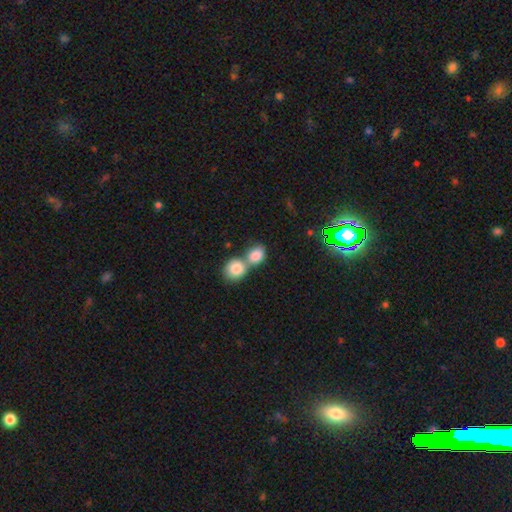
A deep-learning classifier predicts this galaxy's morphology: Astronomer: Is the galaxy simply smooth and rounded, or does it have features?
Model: smooth — 84%.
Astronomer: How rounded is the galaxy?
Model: round — 52% (runner-up: in between, 47%).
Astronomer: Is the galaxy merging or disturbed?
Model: merger — 66%.